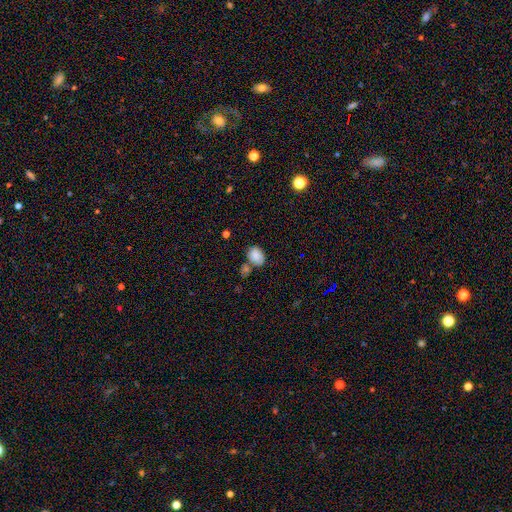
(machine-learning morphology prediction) This is likely a smooth galaxy (77%). How rounded: likely in between (65%). Merging: possibly none (47%).